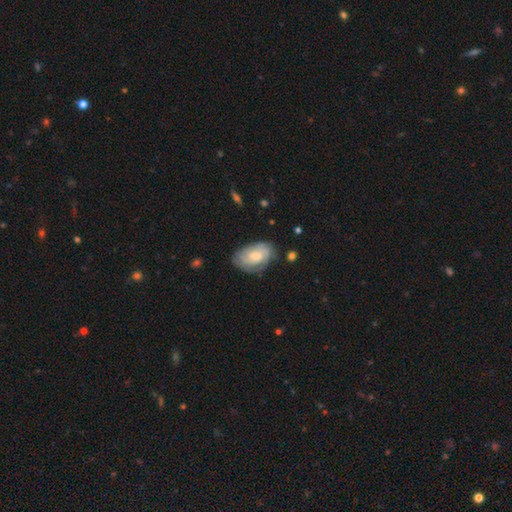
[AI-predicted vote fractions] Smooth or featured? featured or disk (58%)
Edge-on disk? no (96%)
Bar? no (62%)
Spiral arms? yes (86%)
Bulge size? small (43%)
Merging? none (68%)